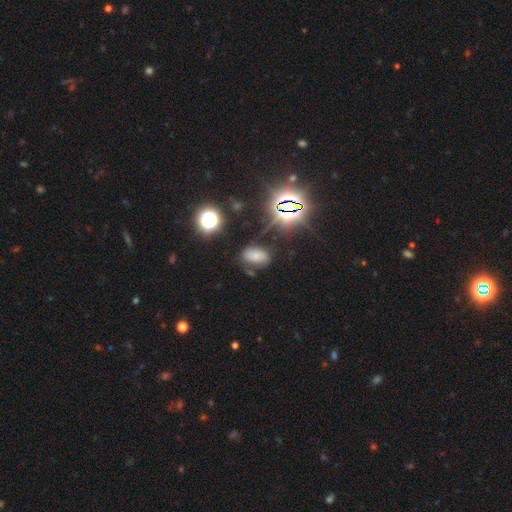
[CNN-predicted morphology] type=smooth (55%); roundness=in between (89%); merging=none (69%).